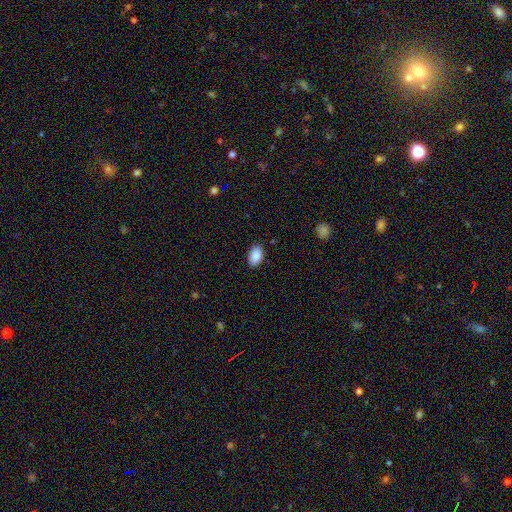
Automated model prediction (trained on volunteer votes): smooth_or_featured: smooth (p=0.90) [alt: star or artifact p=0.07]
how_rounded: in between (p=0.92) [alt: round p=0.07]
merging: none (p=0.88) [alt: minor disturbance p=0.09]